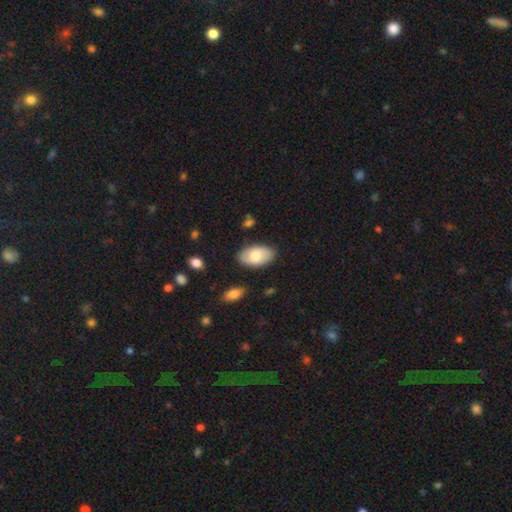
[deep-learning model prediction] Morphology: type=smooth (70%); roundness=in between (94%); merging=none (83%).